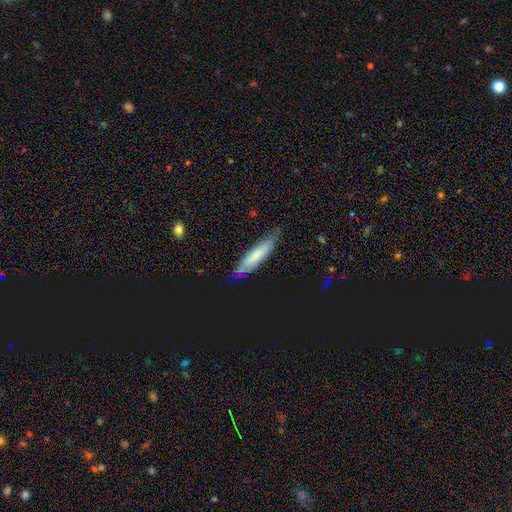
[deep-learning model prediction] A smooth galaxy with no disk features (62%) that is cigar-shaped (75%).

Vote fractions:
- Smooth or featured? smooth: 62% / featured or disk: 28% / star or artifact: 10%
- How rounded? cigar-shaped: 75% / in between: 23% / round: 2%
- Merging? none: 81% / minor disturbance: 15% / major disturbance: 3% / merger: 1%